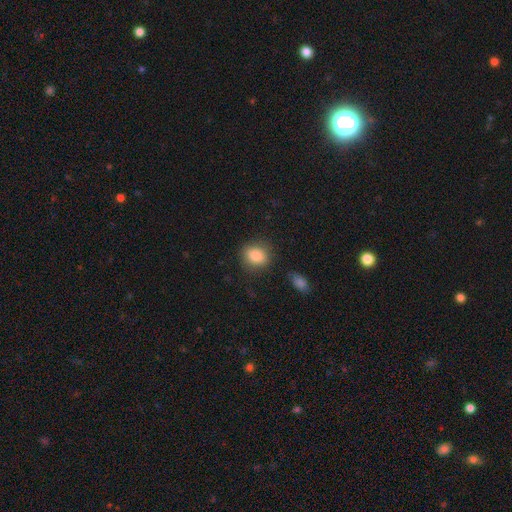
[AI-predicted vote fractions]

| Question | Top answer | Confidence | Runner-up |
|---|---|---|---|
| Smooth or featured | smooth | 86% | star or artifact (9%) |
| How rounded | round | 55% | in between (44%) |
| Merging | none | 80% | minor disturbance (13%) |